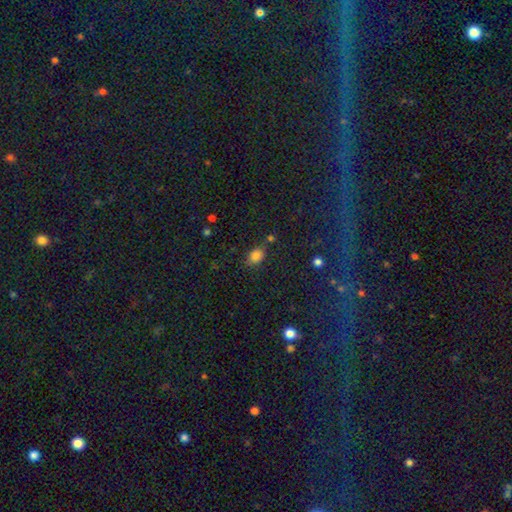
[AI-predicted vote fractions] smooth 80%, star or artifact 13%, featured or disk 7%. Down the decision tree: how rounded — in between (70%); merging — none (71%).